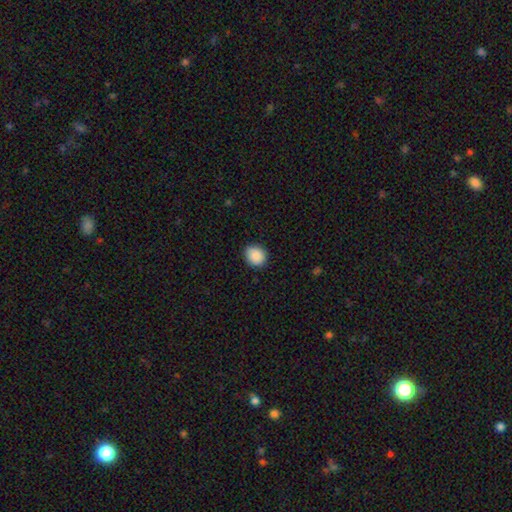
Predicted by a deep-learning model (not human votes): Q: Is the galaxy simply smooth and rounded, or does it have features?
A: smooth — 89%.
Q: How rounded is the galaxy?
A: round — 72%.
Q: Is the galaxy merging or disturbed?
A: none — 89%.